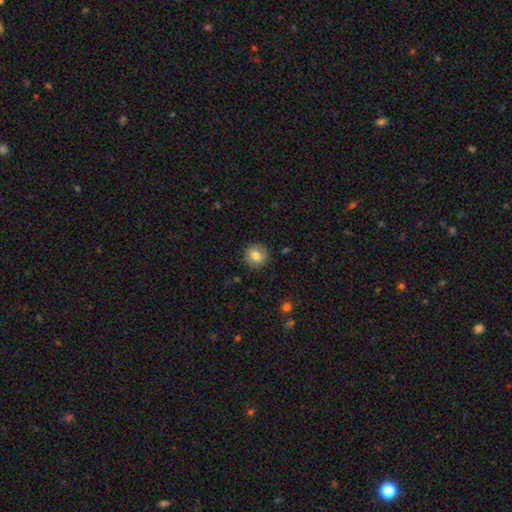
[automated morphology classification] The model was most divided on "smooth or featured": smooth: 81%, featured or disk: 10%, star or artifact: 9%. More confident: how rounded — round (90%); merging — none (89%).